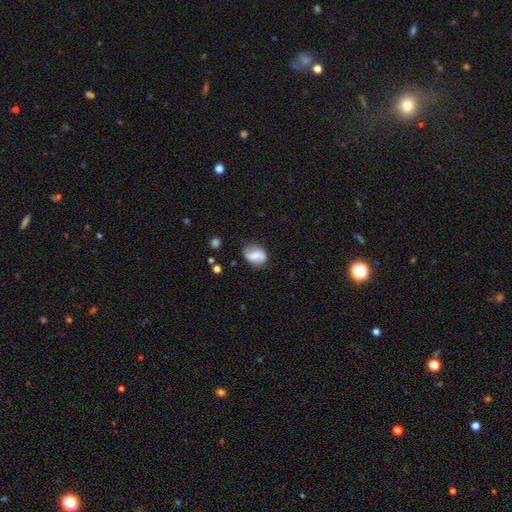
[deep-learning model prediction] Smooth or featured: smooth — 57% (featured or disk — 35%)
How rounded: in between — 67% (round — 31%)
Merging: none — 70% (minor disturbance — 21%)